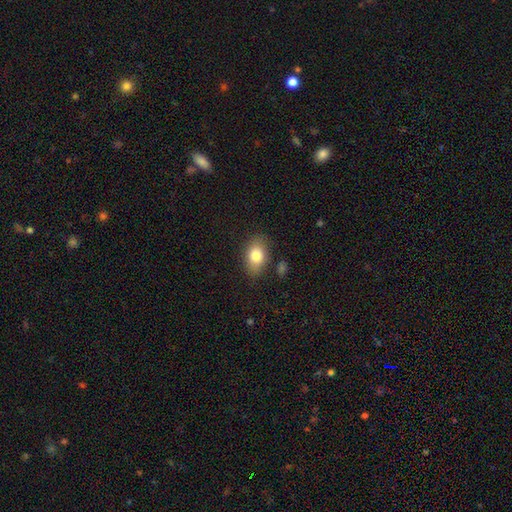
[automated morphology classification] A smooth galaxy with no disk features (80%) that is in between round and cigar-shaped (85%). Merging: none (80%).